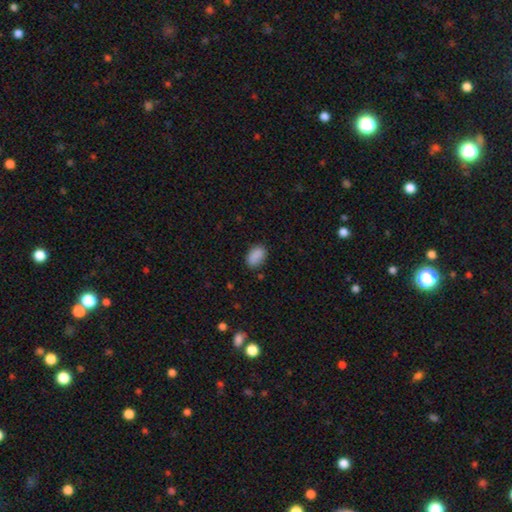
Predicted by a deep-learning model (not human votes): Smooth or featured: smooth — 88% (star or artifact — 8%)
How rounded: in between — 90% (round — 9%)
Merging: none — 82% (minor disturbance — 14%)